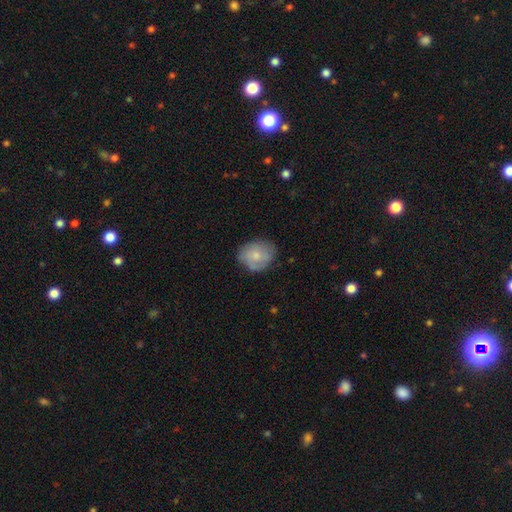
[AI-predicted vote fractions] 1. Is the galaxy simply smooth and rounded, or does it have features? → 68% smooth, 25% featured or disk, 7% star or artifact.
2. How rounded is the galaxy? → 62% round, 38% in between, 1% cigar-shaped.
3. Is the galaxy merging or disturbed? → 67% none, 25% minor disturbance, 7% major disturbance, 2% merger.